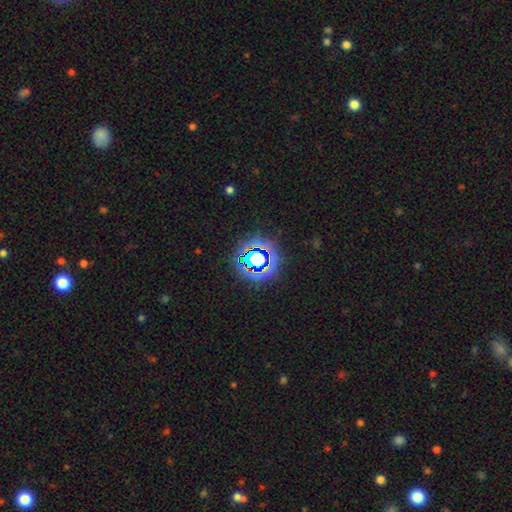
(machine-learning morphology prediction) The model was most divided on "smooth or featured": star or artifact: 71%, smooth: 19%, featured or disk: 10%.